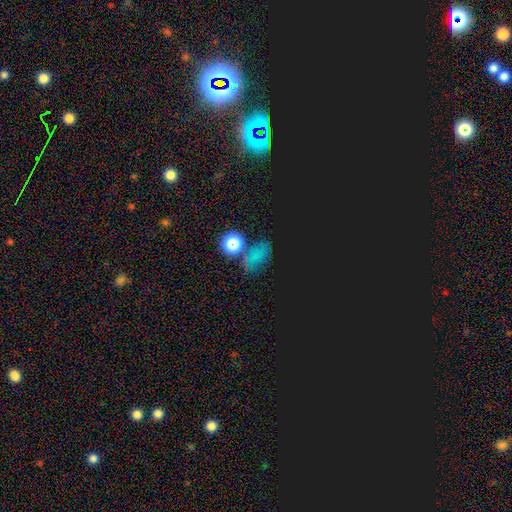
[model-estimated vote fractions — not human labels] The model was most divided on "smooth or featured": star or artifact: 48%, smooth: 44%, featured or disk: 8%.